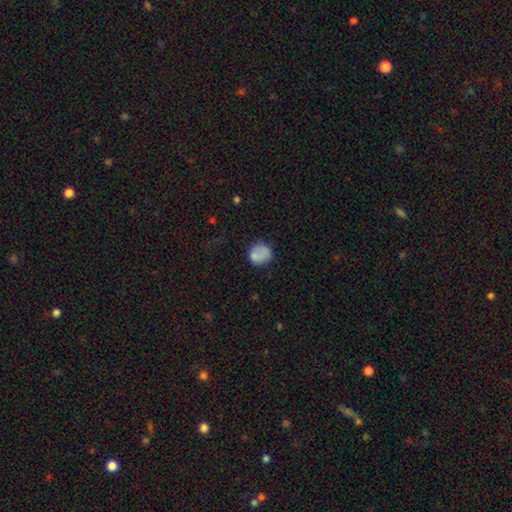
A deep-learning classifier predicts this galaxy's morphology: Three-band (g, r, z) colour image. It shows a smooth galaxy with no disk features (78%) that is round (82%). Merging: none (66%).